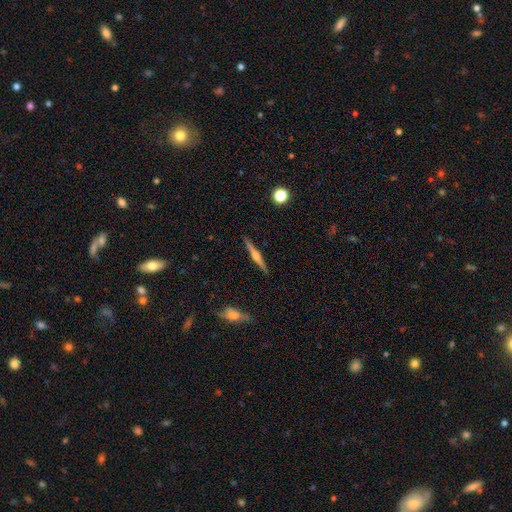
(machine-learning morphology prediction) The model was most divided on "smooth or featured": featured or disk: 75%, smooth: 19%, star or artifact: 6%. More confident: edge-on disk — yes (98%); merging — none (91%); edge-on bulge — rounded (87%).